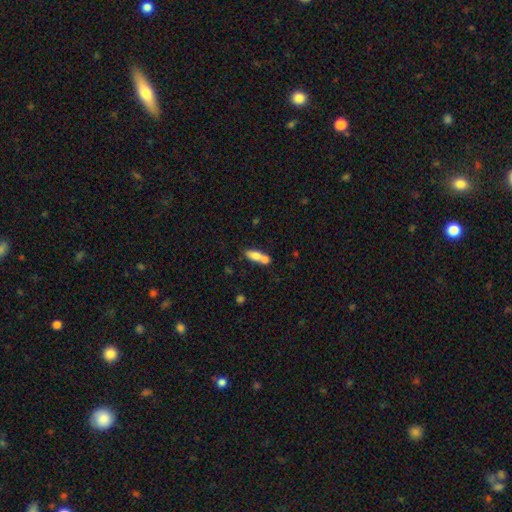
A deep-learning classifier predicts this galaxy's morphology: Q: Smooth or featured?
A: smooth (73%); runner-up: featured or disk (18%)
Q: How rounded?
A: in between (68%); runner-up: cigar-shaped (27%)
Q: Merging?
A: merger (55%); runner-up: none (31%)